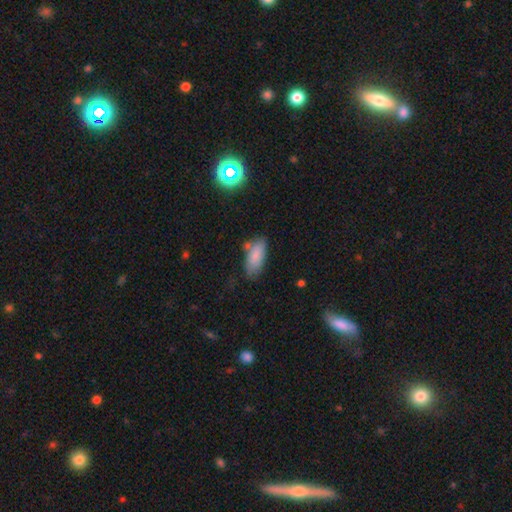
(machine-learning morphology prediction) This is clearly a smooth galaxy (81%). How rounded: clearly in between (85%). Merging: likely none (60%).